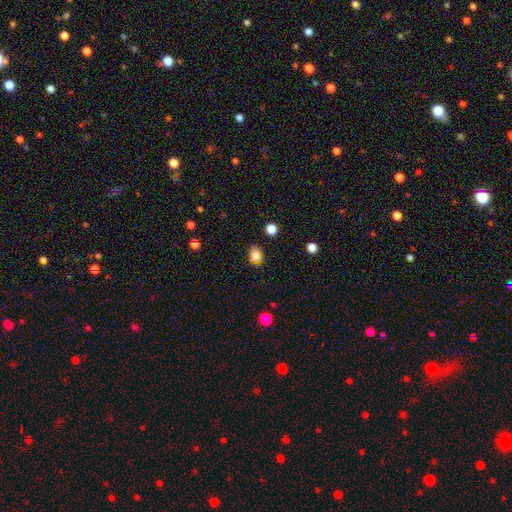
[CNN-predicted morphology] Smooth or featured? smooth (84%)
How rounded? in between (57%)
Merging? none (84%)